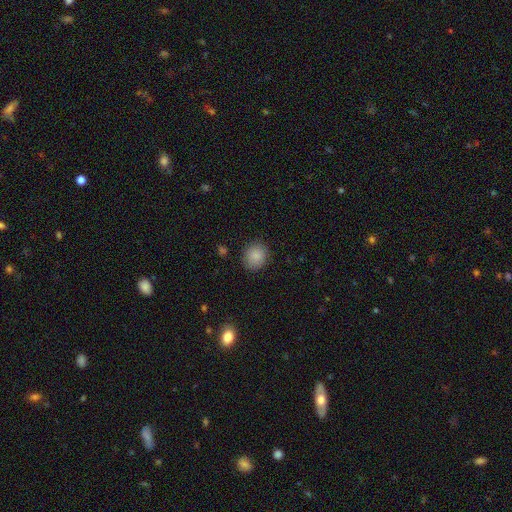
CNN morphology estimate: Smooth or featured? Predicted: smooth (p=0.87). How rounded? Predicted: round (p=0.80). Merging? Predicted: none (p=0.87).